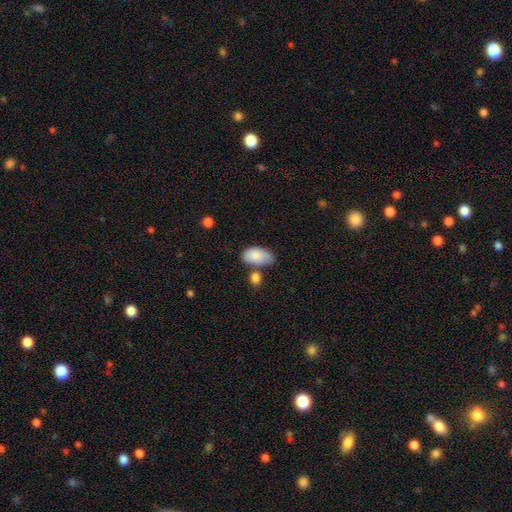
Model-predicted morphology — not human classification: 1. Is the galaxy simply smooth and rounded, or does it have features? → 84% smooth, 9% featured or disk, 6% star or artifact.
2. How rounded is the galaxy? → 94% in between, 4% round, 2% cigar-shaped.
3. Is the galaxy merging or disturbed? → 48% none, 25% minor disturbance, 19% merger, 8% major disturbance.